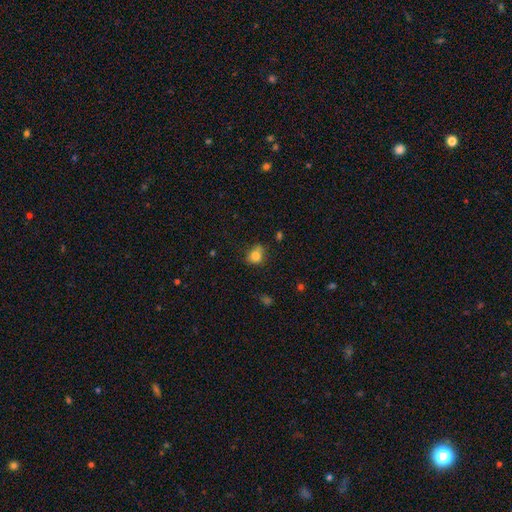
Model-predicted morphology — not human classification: Overall: smooth (80%). How rounded: round (51%; in between 47%). Merging: none (59%; minor disturbance 30%).